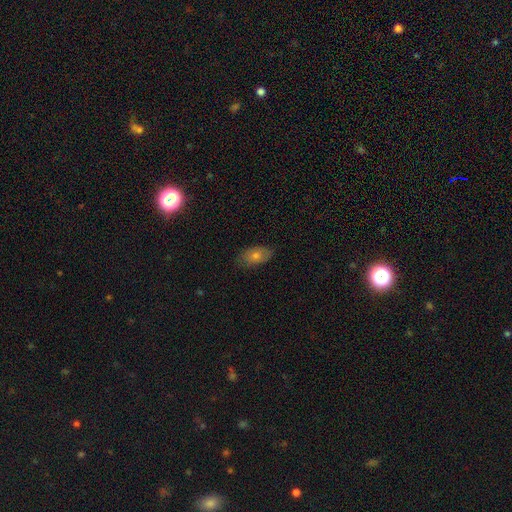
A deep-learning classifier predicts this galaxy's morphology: smooth_or_featured: smooth (p=0.62) [alt: featured or disk p=0.26]
how_rounded: in between (p=0.89) [alt: round p=0.07]
merging: none (p=0.79) [alt: minor disturbance p=0.16]